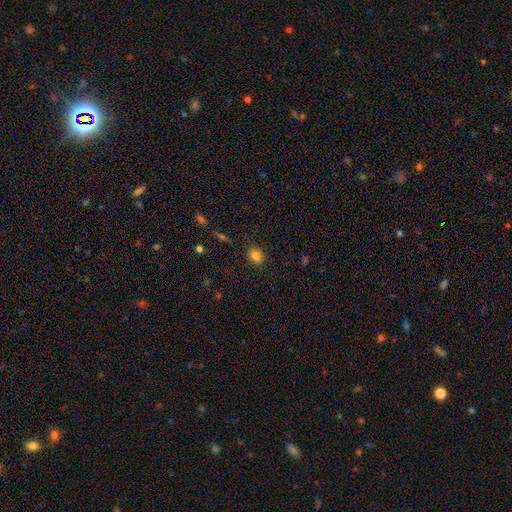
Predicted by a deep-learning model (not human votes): smooth-or-featured: smooth: 82% | star or artifact: 12% | featured or disk: 6%
  how-rounded: in between: 62% | round: 36% | cigar-shaped: 1%
  merging: none: 86% | minor disturbance: 10% | major disturbance: 3% | merger: 1%